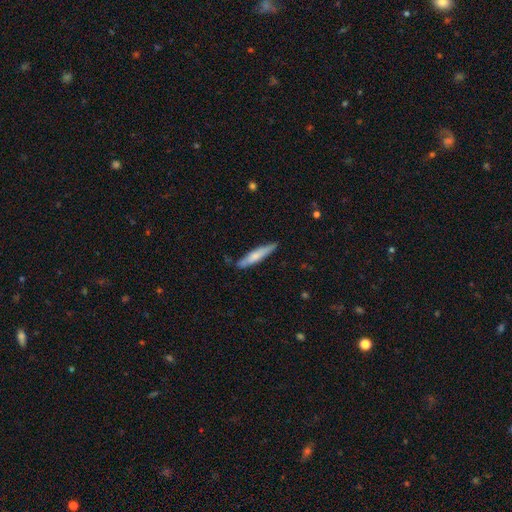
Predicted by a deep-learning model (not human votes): Smooth or featured? Predicted: smooth (p=0.65). How rounded? Predicted: cigar-shaped (p=0.88). Merging? Predicted: none (p=0.79).